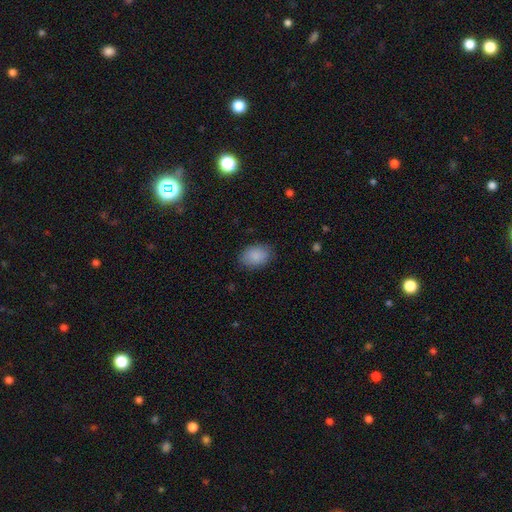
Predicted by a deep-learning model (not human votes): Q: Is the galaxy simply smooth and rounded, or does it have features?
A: smooth — 88%.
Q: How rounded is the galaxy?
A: in between — 78%.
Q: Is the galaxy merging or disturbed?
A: none — 82%.